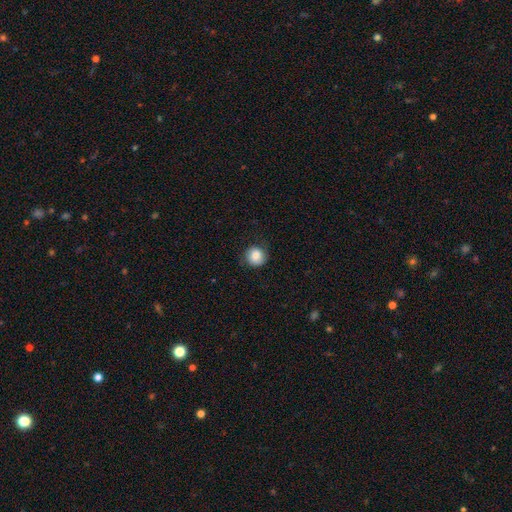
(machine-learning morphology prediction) smooth 82%, featured or disk 10%, star or artifact 8%. Down the decision tree: how rounded — round (90%); merging — none (77%).